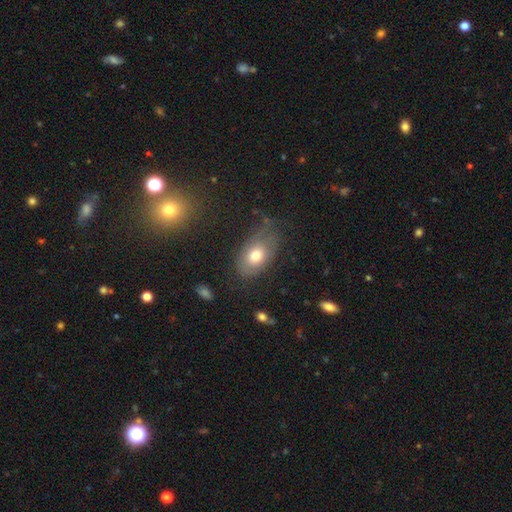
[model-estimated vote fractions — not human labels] Smooth or featured: smooth — 67% (featured or disk — 24%)
How rounded: in between — 87% (round — 12%)
Merging: none — 58% (minor disturbance — 26%)